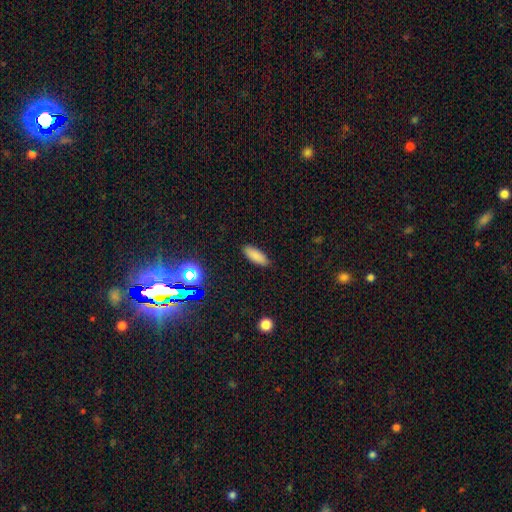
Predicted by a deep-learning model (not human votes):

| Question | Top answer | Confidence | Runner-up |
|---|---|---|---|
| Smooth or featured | smooth | 84% | star or artifact (10%) |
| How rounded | in between | 63% | cigar-shaped (35%) |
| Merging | none | 89% | minor disturbance (8%) |